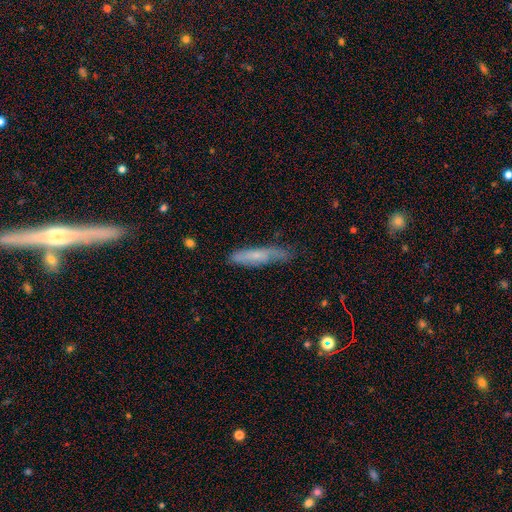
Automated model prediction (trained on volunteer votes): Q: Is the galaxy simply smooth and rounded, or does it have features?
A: smooth — 58%.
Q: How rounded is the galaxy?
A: cigar-shaped — 83%.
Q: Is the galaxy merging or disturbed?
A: none — 65%.